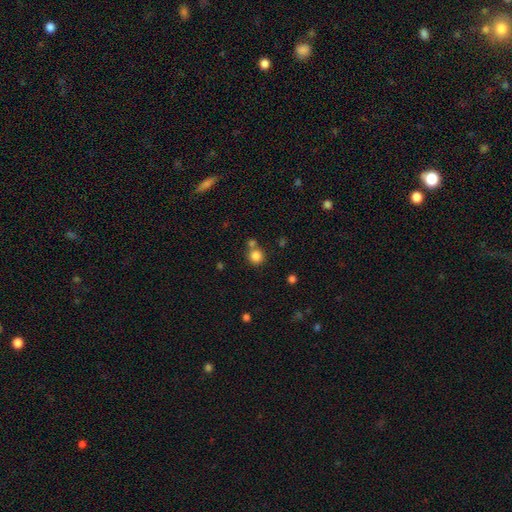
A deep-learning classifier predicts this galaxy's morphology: A smooth galaxy with no disk features (84%) that is round (91%). Merging: none (67%).